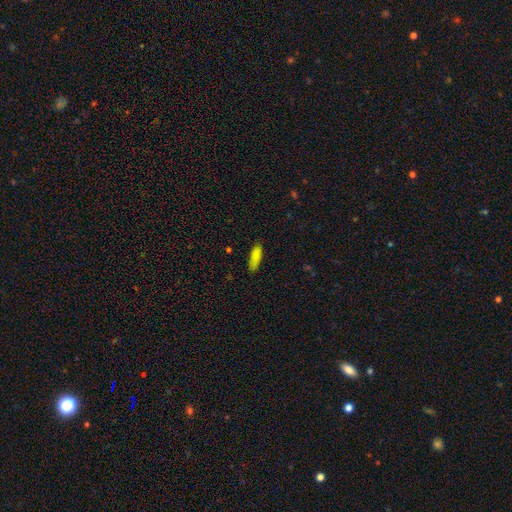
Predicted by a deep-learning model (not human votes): Smooth or featured?
  - smooth: 86% *
  - star or artifact: 8%
  - featured or disk: 6%
How rounded?
  - in between: 50% *
  - cigar-shaped: 48%
  - round: 2%
Merging?
  - none: 81% *
  - minor disturbance: 15%
  - major disturbance: 3%
  - merger: 1%